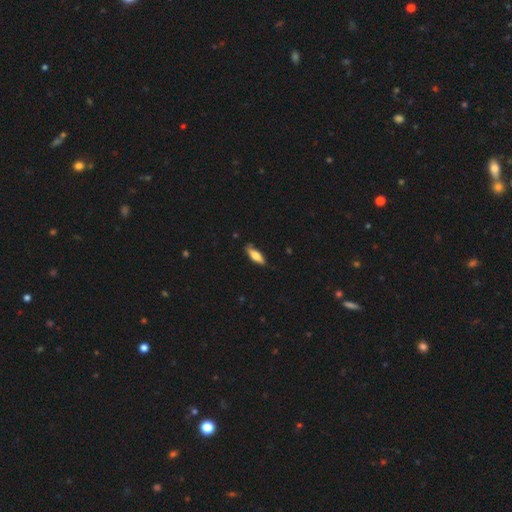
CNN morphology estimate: smooth 65%, featured or disk 30%, star or artifact 6%. Down the decision tree: how rounded — in between (53%); merging — none (80%).